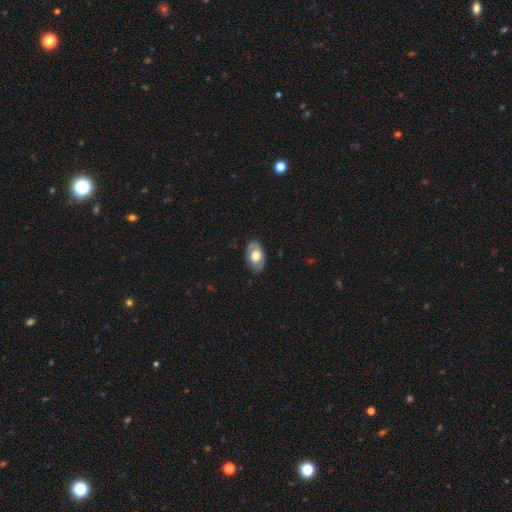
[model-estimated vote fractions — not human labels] Overall: smooth (60%; featured or disk 34%). How rounded: in between (91%). Merging: none (82%).